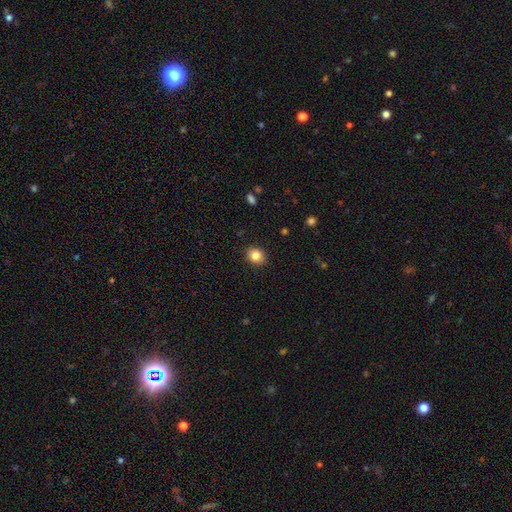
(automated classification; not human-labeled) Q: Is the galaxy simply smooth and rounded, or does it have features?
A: smooth — 84%.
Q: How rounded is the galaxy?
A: round — 67%.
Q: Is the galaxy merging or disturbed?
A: none — 90%.